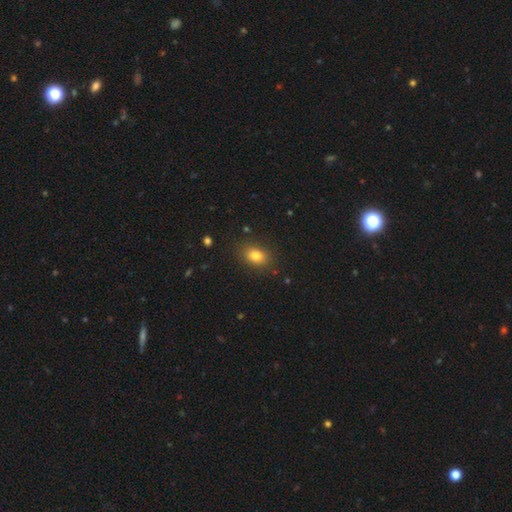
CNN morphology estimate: The model was most divided on "how rounded": in between: 73%, round: 25%, cigar-shaped: 1%. More confident: merging — none (84%); smooth or featured — smooth (81%).